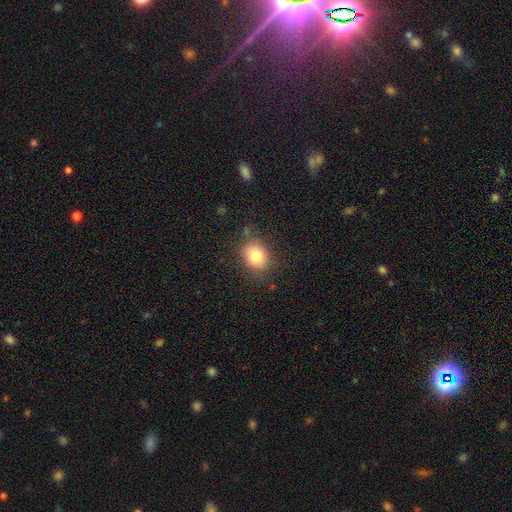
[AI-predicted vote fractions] A smooth galaxy with no disk features (80%) that is round (58%).

Vote fractions:
- Smooth or featured? smooth: 80% / star or artifact: 11% / featured or disk: 9%
- How rounded? round: 58% / in between: 41% / cigar-shaped: 1%
- Merging? none: 80% / minor disturbance: 14% / major disturbance: 4% / merger: 2%